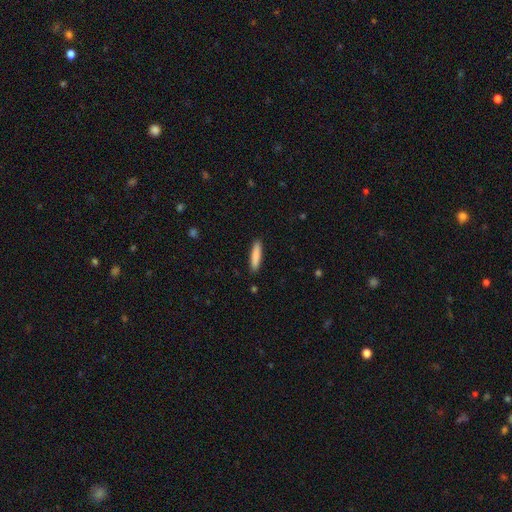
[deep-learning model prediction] Morphology: type=smooth (85%); roundness=cigar-shaped (85%); merging=none (90%).